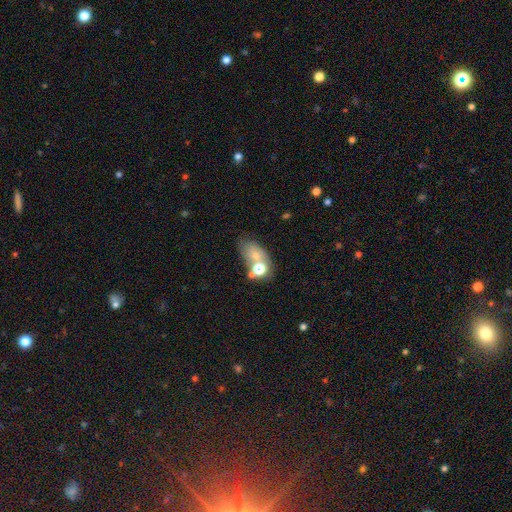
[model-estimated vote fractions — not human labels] Overall: smooth (61%). How rounded: in between (78%). Merging: none (44%; merger 29%).